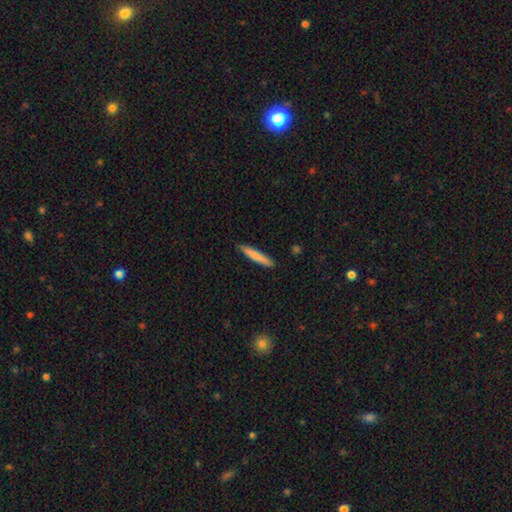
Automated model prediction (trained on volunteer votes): Smooth or featured: smooth — 78% (featured or disk — 17%)
How rounded: cigar-shaped — 93% (in between — 6%)
Merging: none — 88% (minor disturbance — 9%)